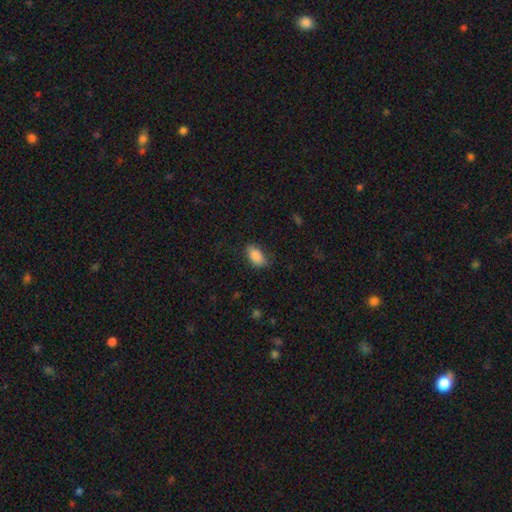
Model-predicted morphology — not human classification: A smooth galaxy with no disk features (88%) that is in between round and cigar-shaped (92%). Merging: none (77%).